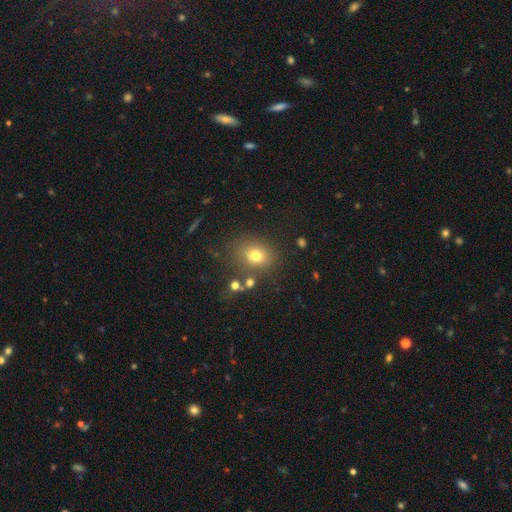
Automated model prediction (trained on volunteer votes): Smooth or featured? Predicted: smooth (p=0.73). How rounded? Predicted: round (p=0.58). Merging? Predicted: none (p=0.77).